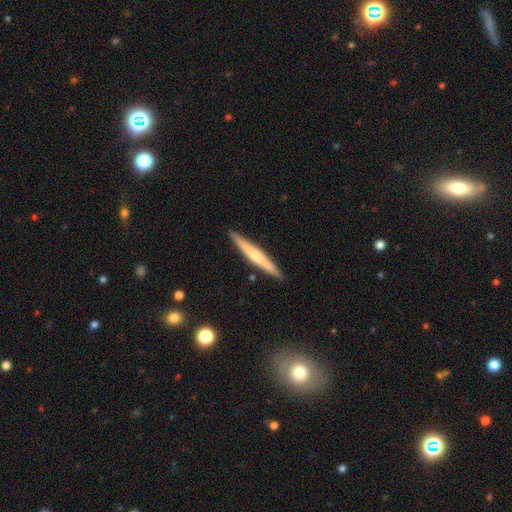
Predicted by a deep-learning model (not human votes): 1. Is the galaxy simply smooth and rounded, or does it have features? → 53% featured or disk, 41% smooth, 6% star or artifact.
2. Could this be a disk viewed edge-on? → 97% yes, 3% no.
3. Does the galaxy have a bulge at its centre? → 61% rounded, 32% none, 7% boxy.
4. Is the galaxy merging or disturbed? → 91% none, 7% minor disturbance, 1% major disturbance, 1% merger.